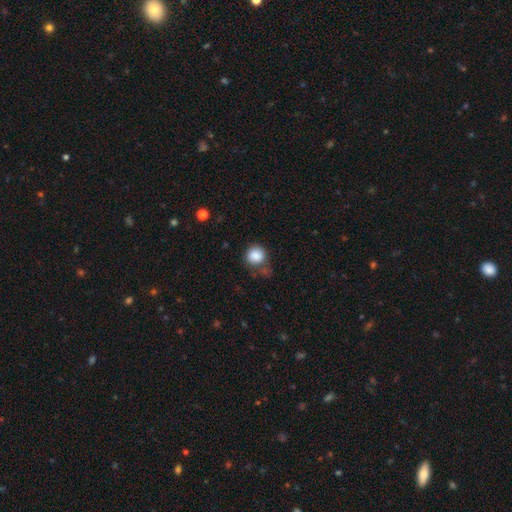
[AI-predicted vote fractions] Smooth or featured?
  - smooth: 87% *
  - star or artifact: 9%
  - featured or disk: 5%
How rounded?
  - round: 81% *
  - in between: 18%
  - cigar-shaped: 1%
Merging?
  - none: 58% *
  - minor disturbance: 24%
  - major disturbance: 11%
  - merger: 7%